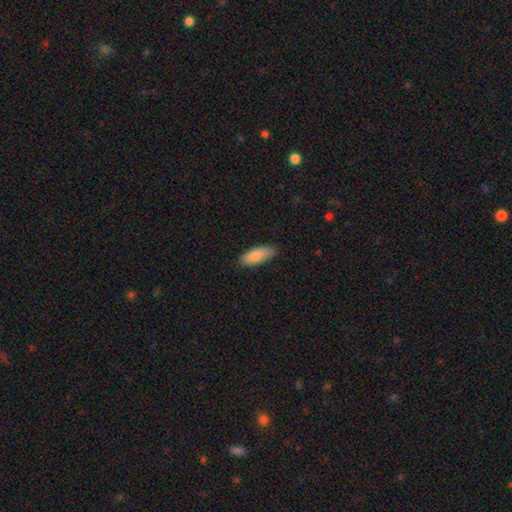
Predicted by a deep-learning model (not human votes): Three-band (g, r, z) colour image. It shows a smooth galaxy with no disk features (85%) that is in between round and cigar-shaped (76%). Merging: none (82%).